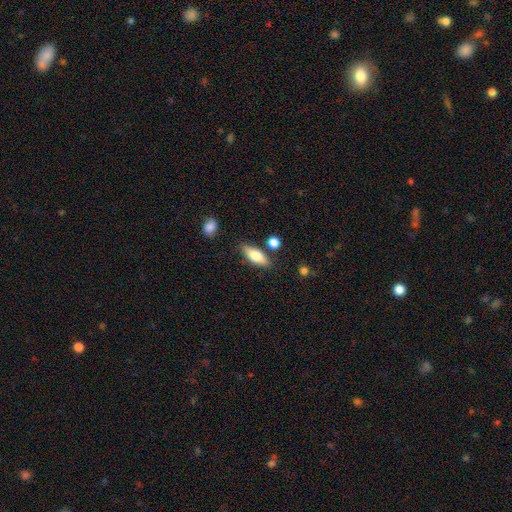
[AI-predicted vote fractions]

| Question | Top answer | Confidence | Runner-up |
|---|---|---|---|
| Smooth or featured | smooth | 70% | featured or disk (23%) |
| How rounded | in between | 69% | cigar-shaped (27%) |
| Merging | none | 77% | minor disturbance (14%) |